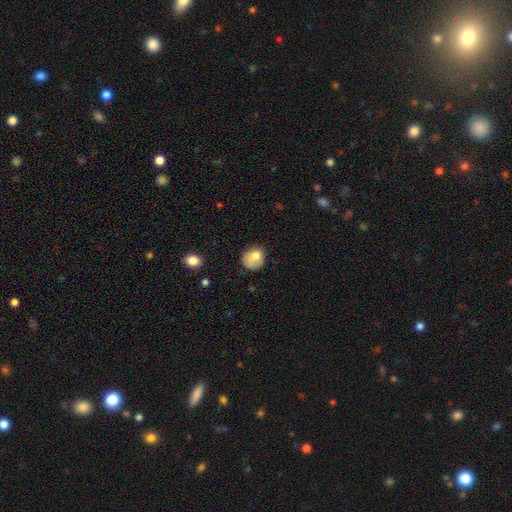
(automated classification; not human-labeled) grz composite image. It shows a smooth galaxy with no disk features (74%) that is round (71%). Merging: none (55%).